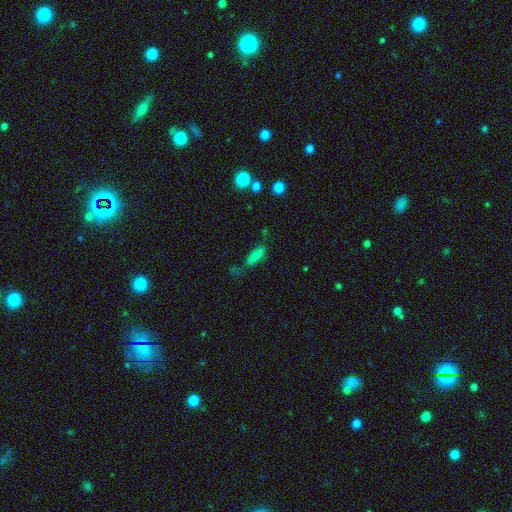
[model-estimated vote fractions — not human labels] This appears to be a smooth galaxy with no disk features (73%) that is in between round and cigar-shaped (62%). Merging: none (51%).